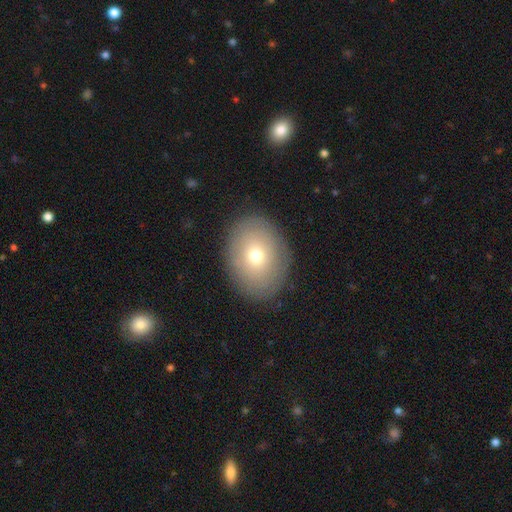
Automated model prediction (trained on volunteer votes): Smooth or featured: smooth — 70% (featured or disk — 20%)
How rounded: in between — 64% (round — 35%)
Merging: none — 87% (minor disturbance — 9%)